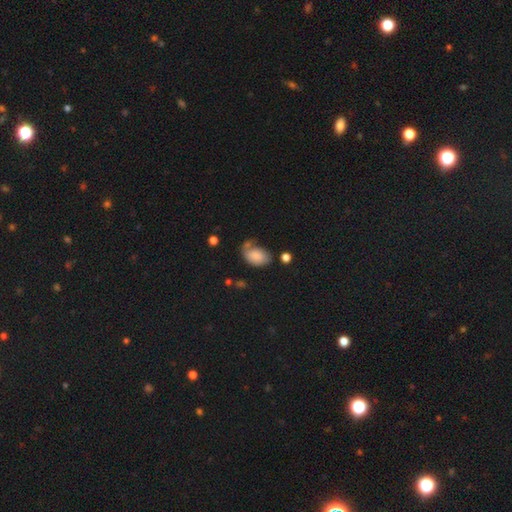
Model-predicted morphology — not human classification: smooth 77%, featured or disk 15%, star or artifact 9%. Down the decision tree: how rounded — in between (86%); merging — none (41%).